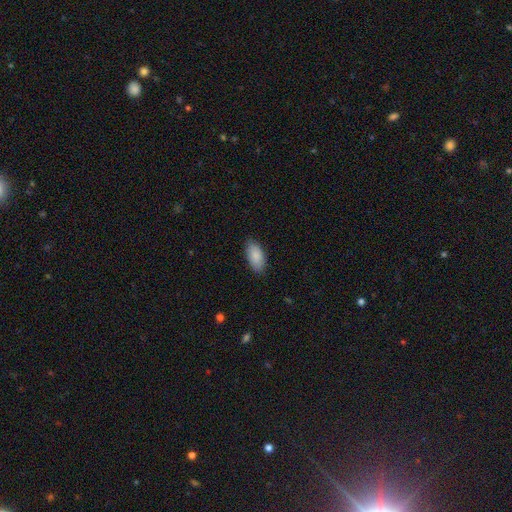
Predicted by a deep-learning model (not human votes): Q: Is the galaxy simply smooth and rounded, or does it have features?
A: smooth — 87%.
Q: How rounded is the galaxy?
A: in between — 94%.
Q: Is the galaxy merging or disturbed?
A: none — 84%.